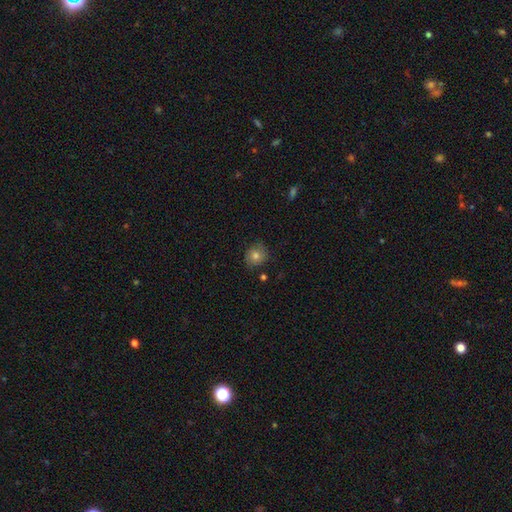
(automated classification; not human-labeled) A smooth galaxy with no disk features (75%) that is round (81%).

Vote fractions:
- Smooth or featured? smooth: 75% / featured or disk: 14% / star or artifact: 11%
- How rounded? round: 81% / in between: 18% / cigar-shaped: 1%
- Merging? none: 78% / minor disturbance: 16% / major disturbance: 4% / merger: 2%